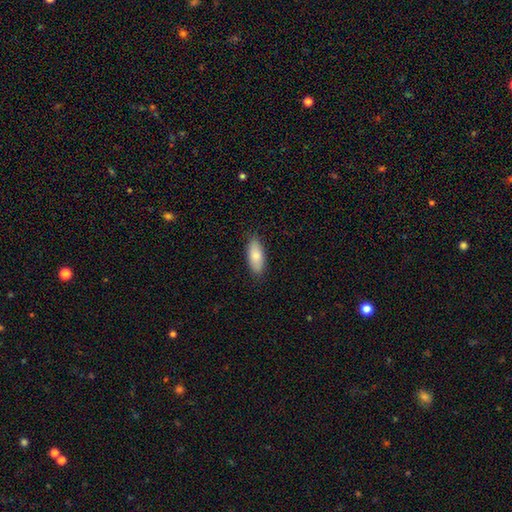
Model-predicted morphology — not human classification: Smooth or featured? smooth (81%)
How rounded? in between (82%)
Merging? none (86%)